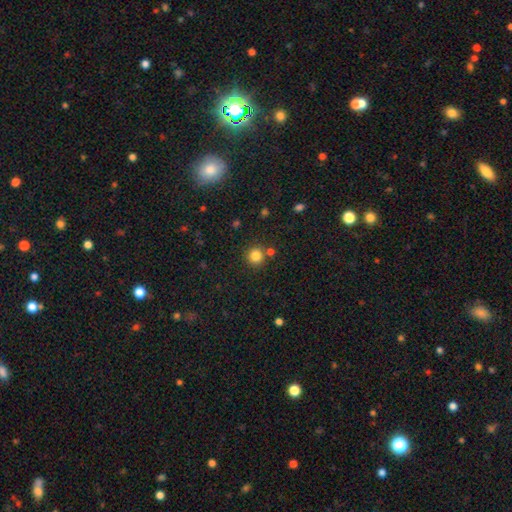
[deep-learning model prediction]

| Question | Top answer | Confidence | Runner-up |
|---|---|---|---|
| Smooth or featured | smooth | 82% | star or artifact (13%) |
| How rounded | round | 93% | in between (6%) |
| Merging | none | 81% | merger (9%) |